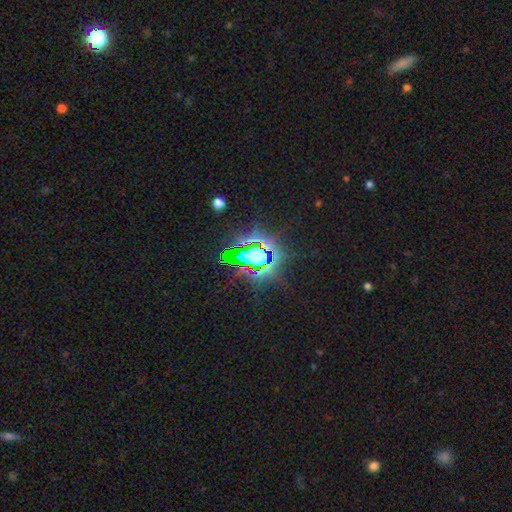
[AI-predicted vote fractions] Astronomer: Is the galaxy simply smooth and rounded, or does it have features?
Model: star or artifact — 75%.